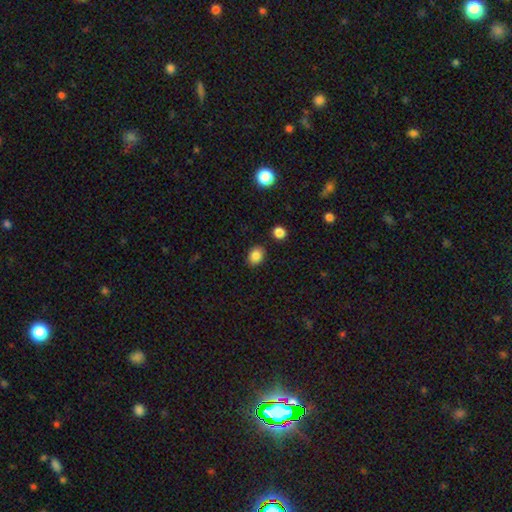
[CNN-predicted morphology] smooth-or-featured: smooth: 85% | star or artifact: 10% | featured or disk: 5%
  how-rounded: in between: 53% | round: 46% | cigar-shaped: 1%
  merging: none: 86% | minor disturbance: 9% | merger: 3% | major disturbance: 2%